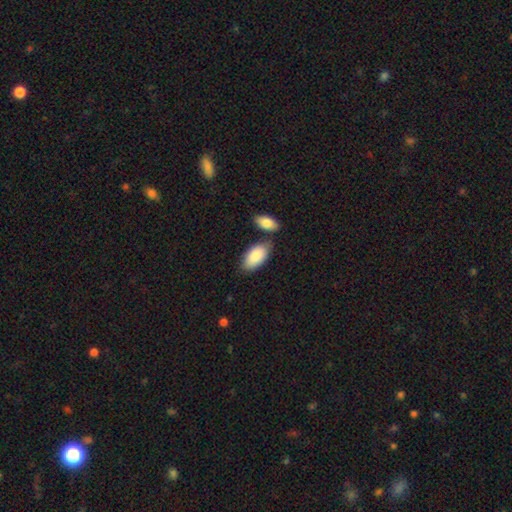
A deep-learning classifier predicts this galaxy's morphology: This appears to be a smooth galaxy with no disk features (87%) that is in between round and cigar-shaped (94%). Merging: none (63%).